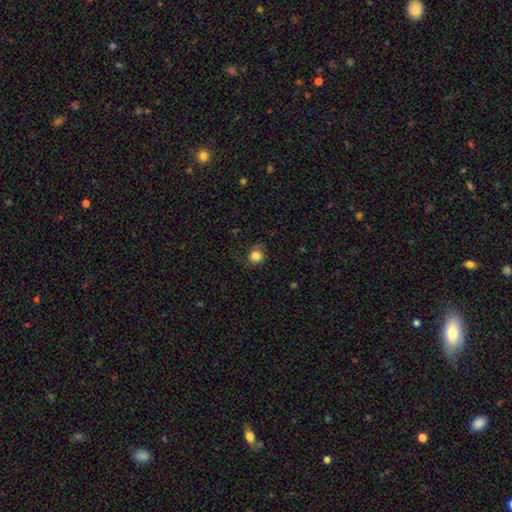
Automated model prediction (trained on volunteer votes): smooth_or_featured: smooth (p=0.76) [alt: featured or disk p=0.14]
how_rounded: round (p=0.79) [alt: in between p=0.20]
merging: none (p=0.62) [alt: minor disturbance p=0.22]